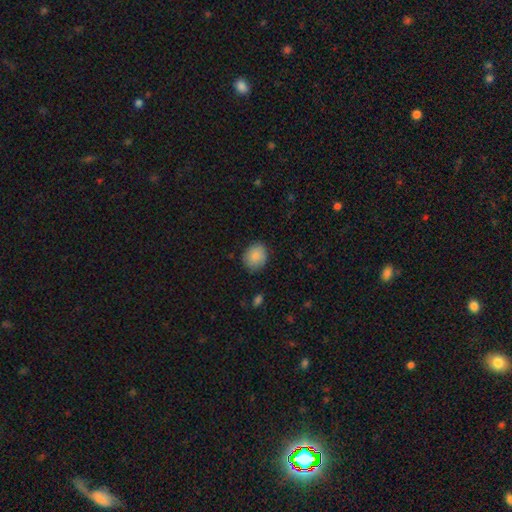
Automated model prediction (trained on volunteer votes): The model was most divided on "how rounded": round: 63%, in between: 37%, cigar-shaped: 1%. More confident: smooth or featured — smooth (88%); merging — none (84%).